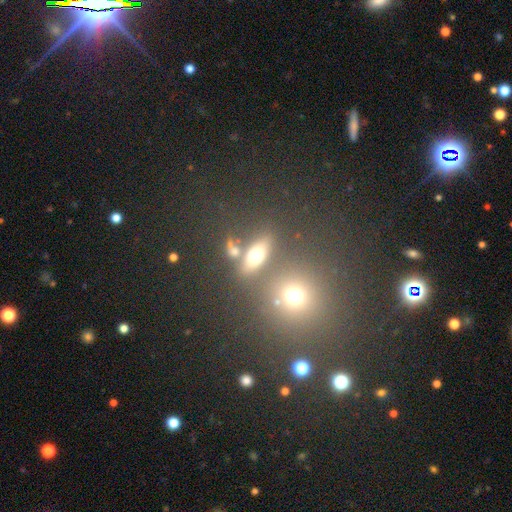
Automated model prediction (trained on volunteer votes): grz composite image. It shows a smooth galaxy with no disk features (64%) that is in between round and cigar-shaped (65%). Merging: none (64%).